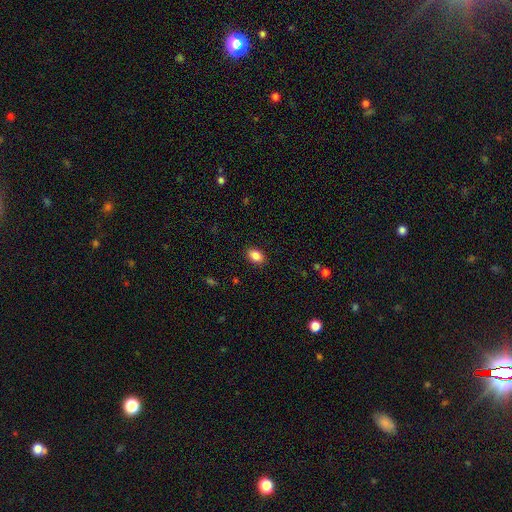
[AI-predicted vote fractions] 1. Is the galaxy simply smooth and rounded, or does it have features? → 87% smooth, 8% star or artifact, 5% featured or disk.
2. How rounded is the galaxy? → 84% in between, 15% round, 1% cigar-shaped.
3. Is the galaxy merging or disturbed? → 89% none, 8% minor disturbance, 2% major disturbance, 1% merger.